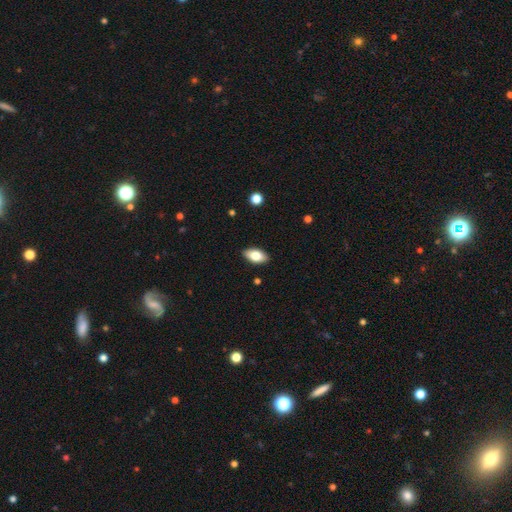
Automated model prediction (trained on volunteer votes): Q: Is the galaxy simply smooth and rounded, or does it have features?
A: smooth — 78%.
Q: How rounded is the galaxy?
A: in between — 93%.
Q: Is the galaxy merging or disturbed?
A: none — 89%.